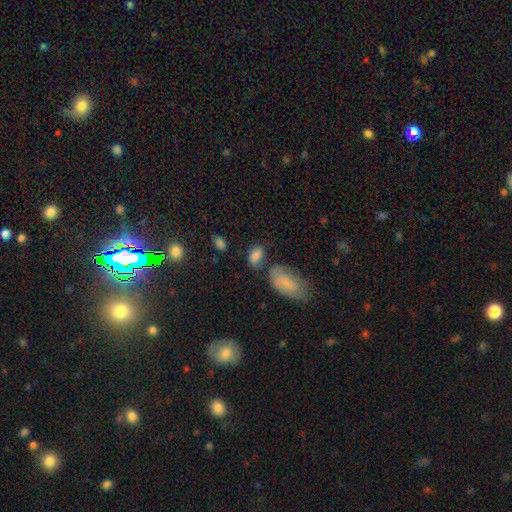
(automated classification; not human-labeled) smooth_or_featured: smooth (p=0.81) [alt: star or artifact p=0.10]
how_rounded: in between (p=0.88) [alt: round p=0.09]
merging: none (p=0.59) [alt: minor disturbance p=0.20]